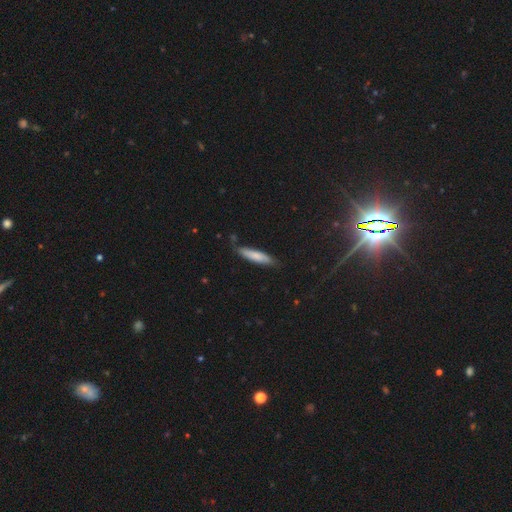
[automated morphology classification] Smooth or featured?
  - smooth: 75% *
  - featured or disk: 19%
  - star or artifact: 6%
How rounded?
  - cigar-shaped: 81% *
  - in between: 18%
  - round: 1%
Merging?
  - none: 76% *
  - minor disturbance: 18%
  - major disturbance: 3%
  - merger: 2%